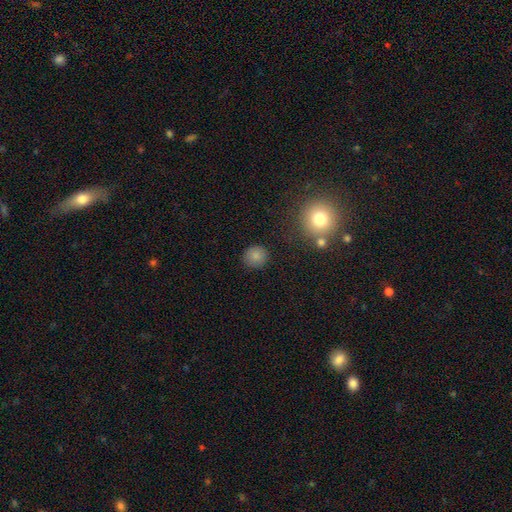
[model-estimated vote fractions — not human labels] A smooth galaxy with no disk features (83%) that is round (88%).

Vote fractions:
- Smooth or featured? smooth: 83% / star or artifact: 11% / featured or disk: 6%
- How rounded? round: 88% / in between: 11% / cigar-shaped: 1%
- Merging? none: 88% / minor disturbance: 8% / major disturbance: 3% / merger: 2%